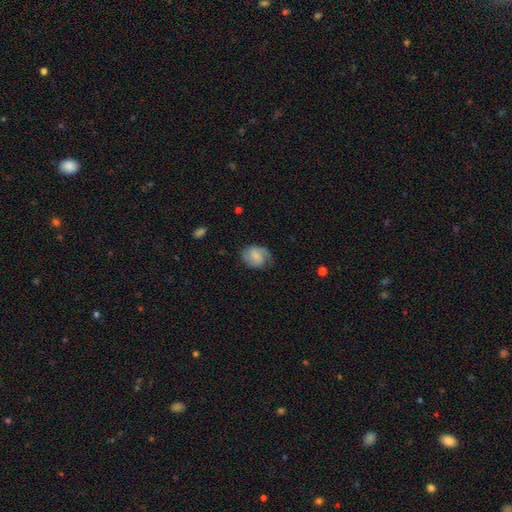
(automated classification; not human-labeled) Smooth or featured? Predicted: featured or disk (p=0.62). Edge-on disk? Predicted: no (p=0.97). Bar? Predicted: weak (p=0.48). Spiral arms? Predicted: yes (p=0.93). Spiral winding? Predicted: medium (p=0.47). Spiral arm count? Predicted: 2 (p=0.75). Bulge size? Predicted: small (p=0.36). Merging? Predicted: none (p=0.69).